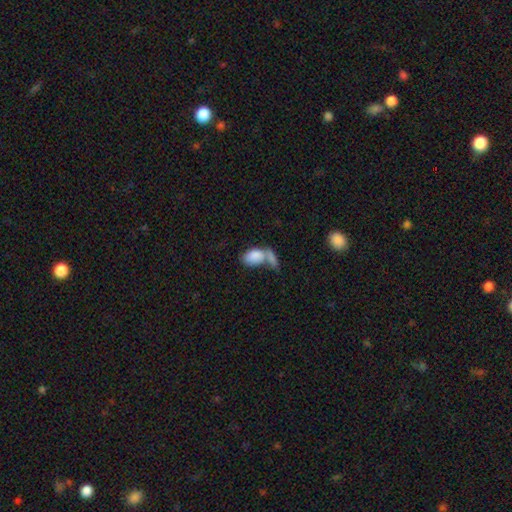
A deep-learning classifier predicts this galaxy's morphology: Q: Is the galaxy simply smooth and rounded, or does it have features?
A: smooth — 82%.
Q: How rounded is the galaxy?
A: in between — 91%.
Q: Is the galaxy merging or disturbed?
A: merger — 55%.